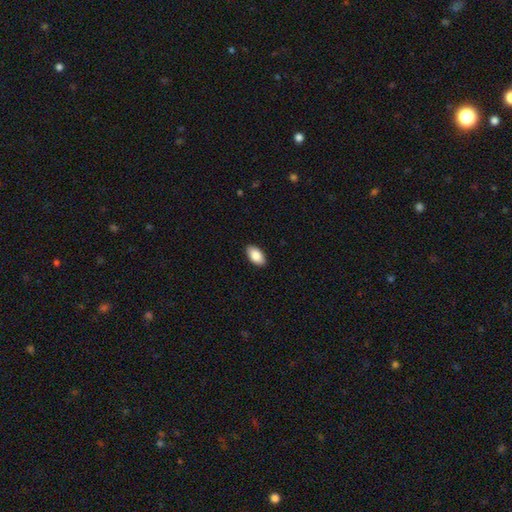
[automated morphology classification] Smooth or featured? Predicted: smooth (p=0.86). How rounded? Predicted: in between (p=0.95). Merging? Predicted: none (p=0.90).